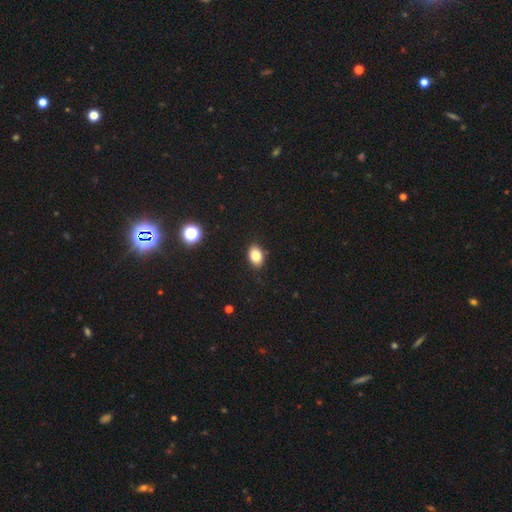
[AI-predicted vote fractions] A smooth galaxy with no disk features (82%) that is in between round and cigar-shaped (79%).

Vote fractions:
- Smooth or featured? smooth: 82% / star or artifact: 11% / featured or disk: 7%
- How rounded? in between: 79% / round: 20% / cigar-shaped: 1%
- Merging? none: 87% / minor disturbance: 9% / major disturbance: 2% / merger: 1%